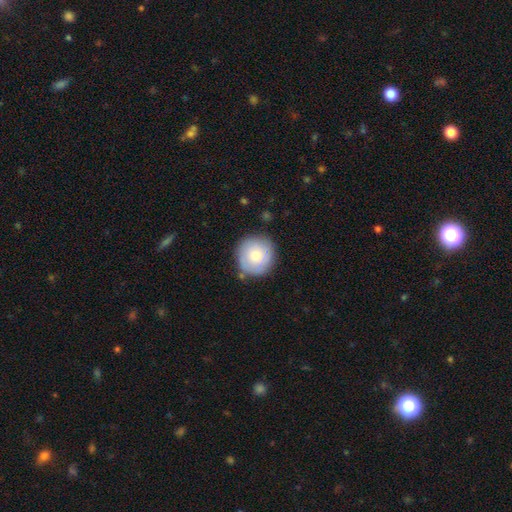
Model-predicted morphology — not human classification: smooth 72%, featured or disk 21%, star or artifact 7%. Down the decision tree: how rounded — round (93%); merging — none (81%).